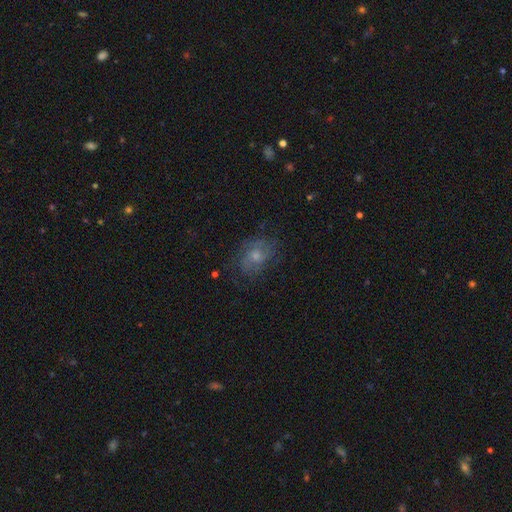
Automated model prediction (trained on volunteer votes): featured or disk 48%, smooth 39%, star or artifact 13%. Down the decision tree: merging — none (64%).